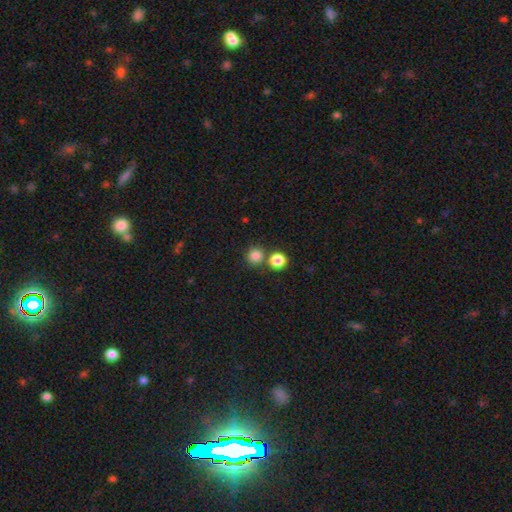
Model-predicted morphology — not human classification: This is clearly a smooth galaxy (83%). How rounded: clearly round (91%). Merging: likely none (68%).